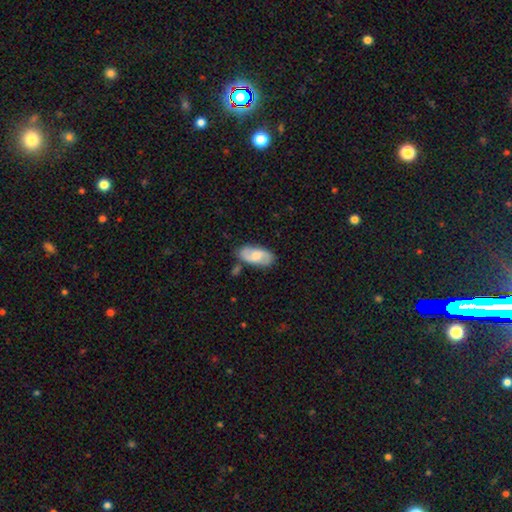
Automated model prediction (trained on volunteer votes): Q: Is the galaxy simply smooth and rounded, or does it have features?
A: featured or disk — 58%.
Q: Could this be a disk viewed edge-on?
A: no — 95%.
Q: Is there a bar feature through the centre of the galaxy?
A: no — 49%.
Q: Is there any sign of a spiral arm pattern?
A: yes — 90%.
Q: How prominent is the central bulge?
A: moderate — 43%.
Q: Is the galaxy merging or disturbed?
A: none — 76%.